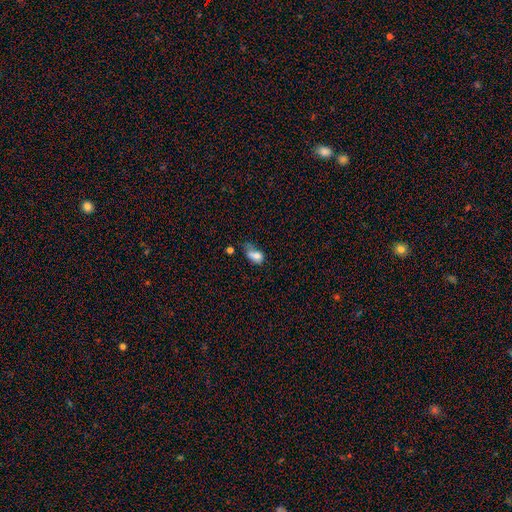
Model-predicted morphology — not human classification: Smooth or featured: smooth — 71% (featured or disk — 17%)
How rounded: in between — 82% (round — 15%)
Merging: major disturbance — 35% (minor disturbance — 27%)